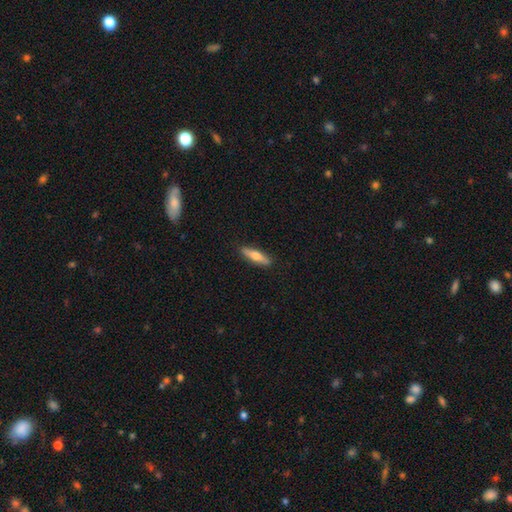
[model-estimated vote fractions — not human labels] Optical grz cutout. It shows a smooth galaxy with no disk features (55%) that is cigar-shaped (74%). Merging: none (89%).